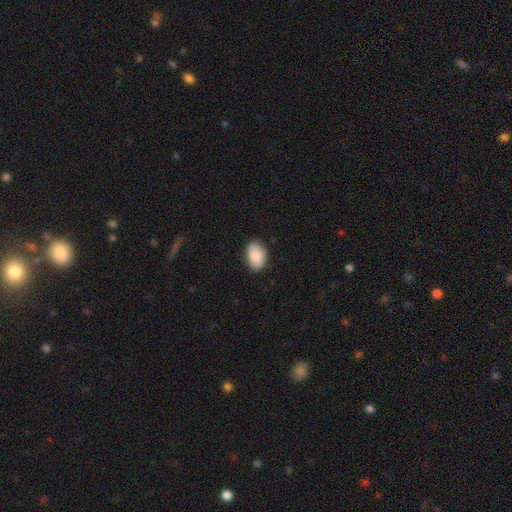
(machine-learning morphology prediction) Smooth or featured? Predicted: smooth (p=0.87). How rounded? Predicted: in between (p=0.90). Merging? Predicted: none (p=0.84).